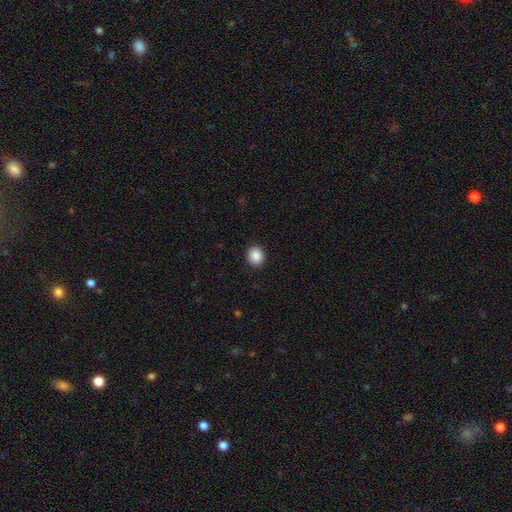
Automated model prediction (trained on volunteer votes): This is clearly a smooth galaxy (88%). How rounded: clearly round (81%). Merging: clearly none (91%).